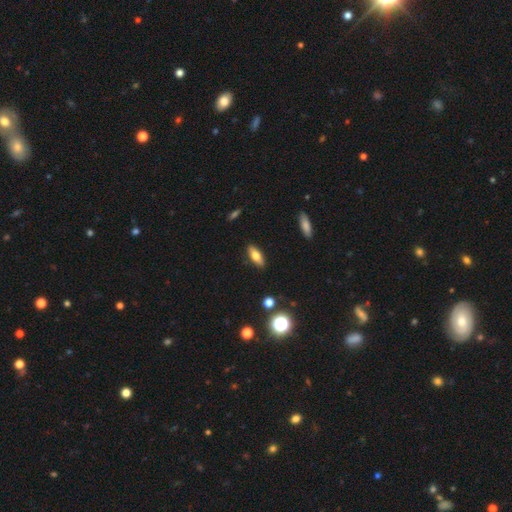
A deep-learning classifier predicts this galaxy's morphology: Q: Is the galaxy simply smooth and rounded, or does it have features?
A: smooth — 68%.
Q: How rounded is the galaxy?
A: in between — 72%.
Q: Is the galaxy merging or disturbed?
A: none — 88%.